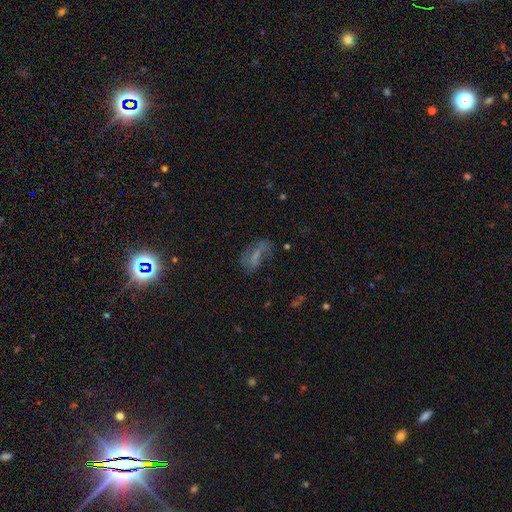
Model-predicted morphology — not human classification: Smooth or featured? Predicted: smooth (p=0.40). Merging? Predicted: none (p=0.48).